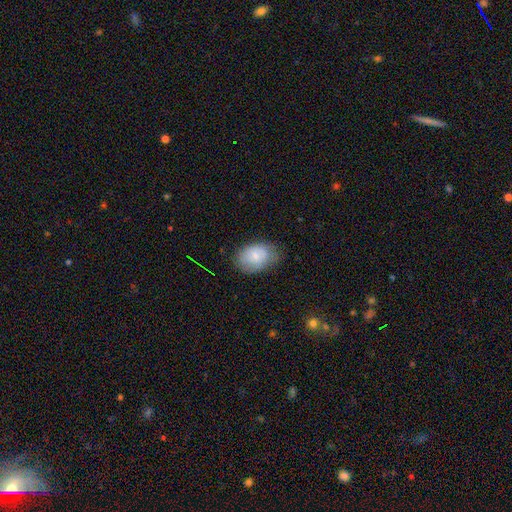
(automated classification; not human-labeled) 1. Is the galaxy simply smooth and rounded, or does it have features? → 71% smooth, 21% featured or disk, 8% star or artifact.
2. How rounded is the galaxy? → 82% in between, 17% round, 1% cigar-shaped.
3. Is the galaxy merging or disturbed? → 65% none, 27% minor disturbance, 7% major disturbance, 1% merger.